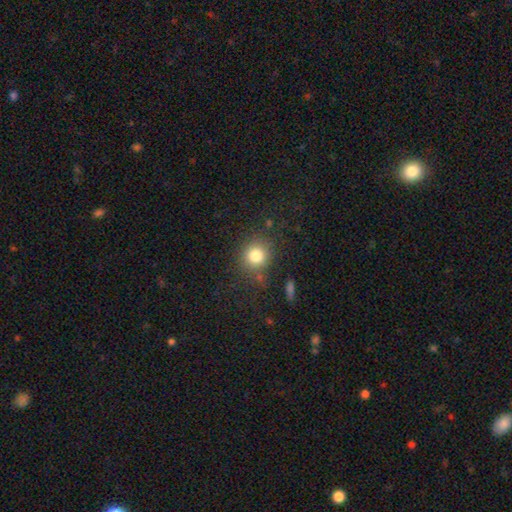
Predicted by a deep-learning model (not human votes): smooth_or_featured: smooth (p=0.81) [alt: star or artifact p=0.12]
how_rounded: round (p=0.86) [alt: in between p=0.13]
merging: none (p=0.79) [alt: minor disturbance p=0.12]